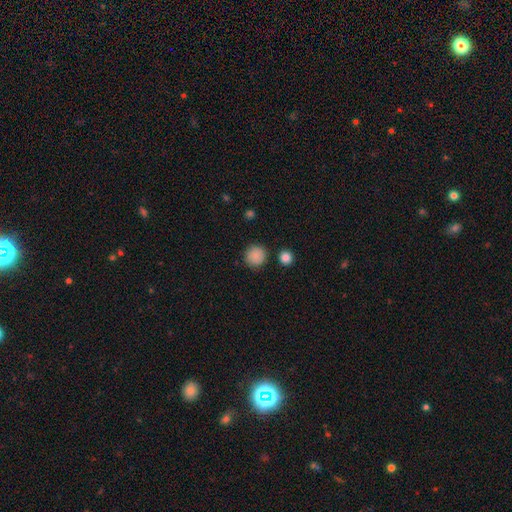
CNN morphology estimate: A smooth galaxy with no disk features (86%) that is round (93%).

Vote fractions:
- Smooth or featured? smooth: 86% / star or artifact: 9% / featured or disk: 5%
- How rounded? round: 93% / in between: 6% / cigar-shaped: 1%
- Merging? none: 87% / minor disturbance: 8% / merger: 2% / major disturbance: 2%